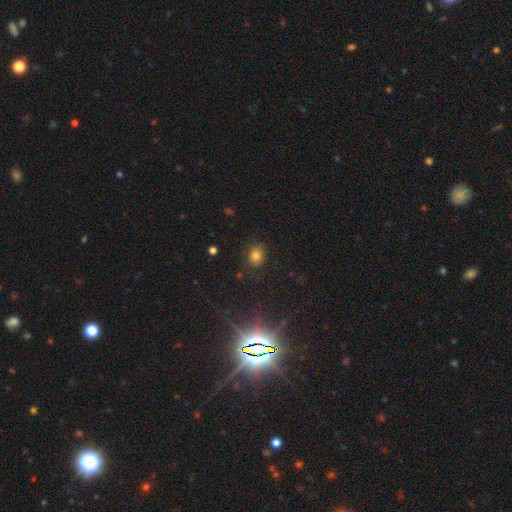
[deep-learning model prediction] Q: Smooth or featured?
A: smooth (76%); runner-up: star or artifact (16%)
Q: How rounded?
A: round (55%); runner-up: in between (44%)
Q: Merging?
A: none (84%); runner-up: minor disturbance (11%)